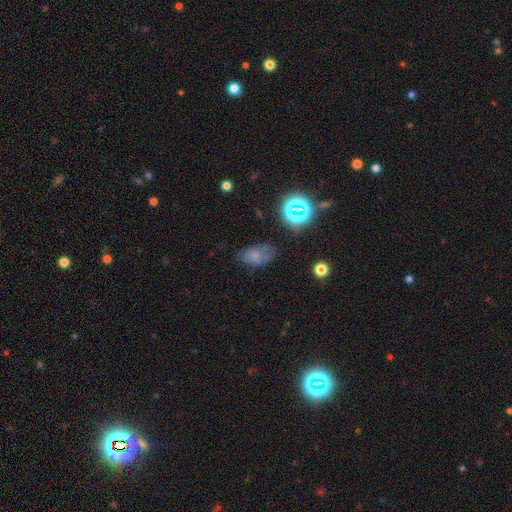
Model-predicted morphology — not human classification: Smooth or featured? Predicted: smooth (p=0.62). How rounded? Predicted: in between (p=0.86). Merging? Predicted: none (p=0.56).